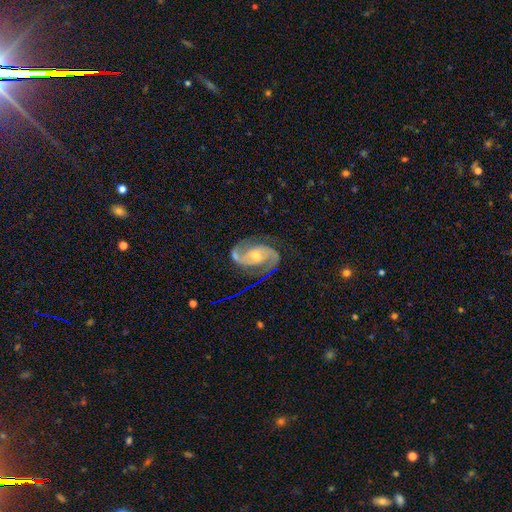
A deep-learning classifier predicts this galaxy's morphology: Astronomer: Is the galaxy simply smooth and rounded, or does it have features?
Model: featured or disk — 91%.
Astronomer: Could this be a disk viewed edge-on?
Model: no — 98%.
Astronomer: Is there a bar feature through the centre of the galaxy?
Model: weak — 43% (runner-up: no, 39%).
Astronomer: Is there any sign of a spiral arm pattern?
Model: yes — 98%.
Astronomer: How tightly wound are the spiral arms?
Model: medium — 58%.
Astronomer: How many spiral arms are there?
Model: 2 — 92%.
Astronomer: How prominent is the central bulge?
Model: moderate — 49% (runner-up: small, 45%).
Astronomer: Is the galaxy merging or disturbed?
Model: none — 74%.